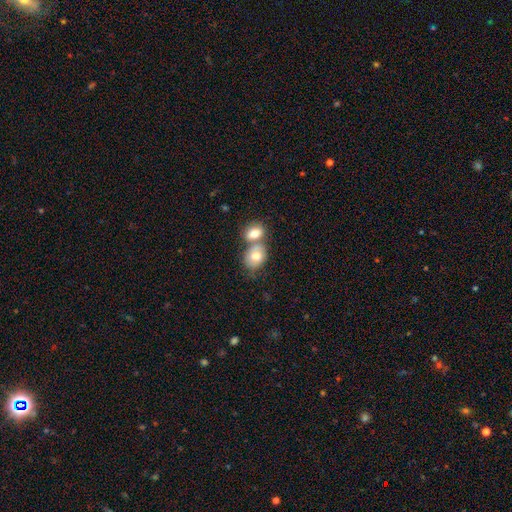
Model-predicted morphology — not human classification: Q: Smooth or featured?
A: smooth (75%); runner-up: featured or disk (18%)
Q: How rounded?
A: in between (62%); runner-up: round (37%)
Q: Merging?
A: merger (57%); runner-up: none (30%)